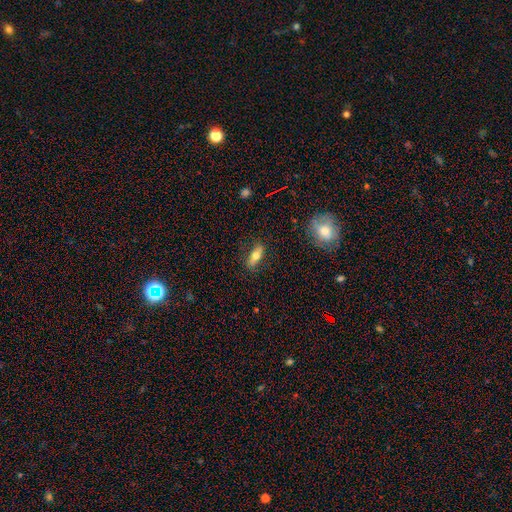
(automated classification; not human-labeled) A smooth galaxy with no disk features (63%) that is in between round and cigar-shaped (65%). Merging: none (82%).